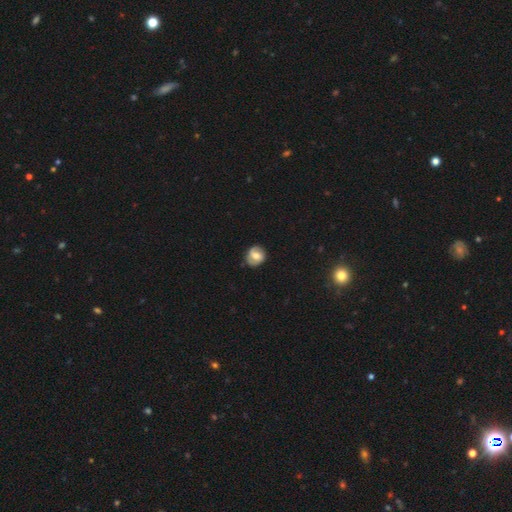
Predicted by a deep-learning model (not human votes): The model was most divided on "smooth or featured": smooth: 50%, featured or disk: 42%, star or artifact: 8%. More confident: merging — none (77%).